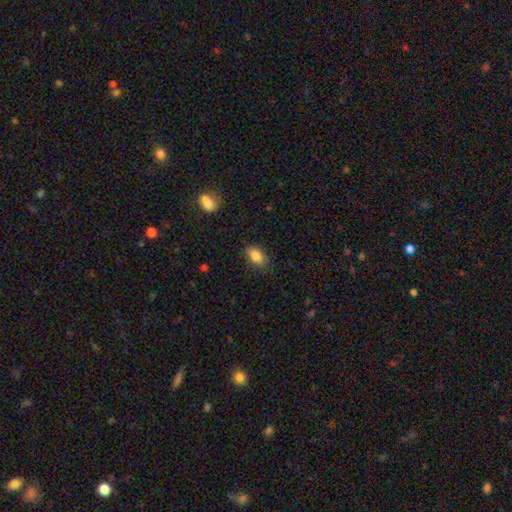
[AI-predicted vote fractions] smooth-or-featured: smooth: 86% | star or artifact: 8% | featured or disk: 6%
  how-rounded: in between: 89% | round: 8% | cigar-shaped: 3%
  merging: none: 84% | minor disturbance: 12% | major disturbance: 3% | merger: 1%